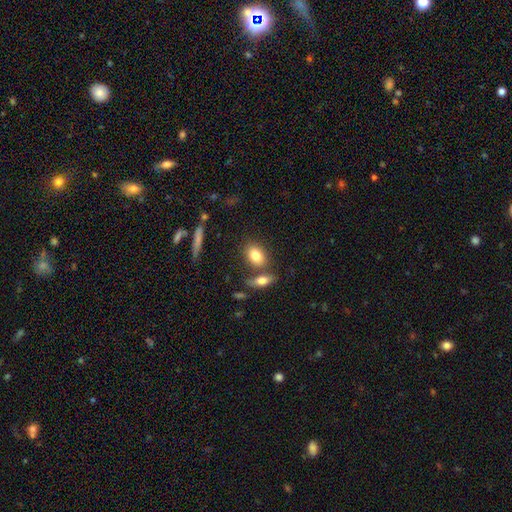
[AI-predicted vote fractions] Q: Smooth or featured?
A: smooth (82%); runner-up: featured or disk (10%)
Q: How rounded?
A: in between (77%); runner-up: round (20%)
Q: Merging?
A: none (66%); runner-up: merger (19%)